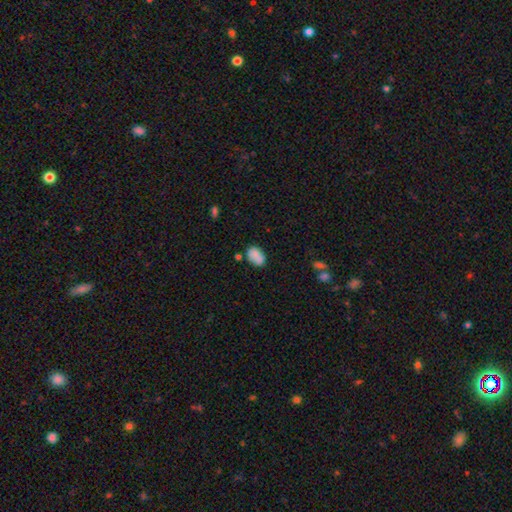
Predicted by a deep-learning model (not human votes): The model was most divided on "merging": none: 59%, minor disturbance: 21%, merger: 14%, major disturbance: 6%. More confident: how rounded — in between (85%); smooth or featured — smooth (79%).